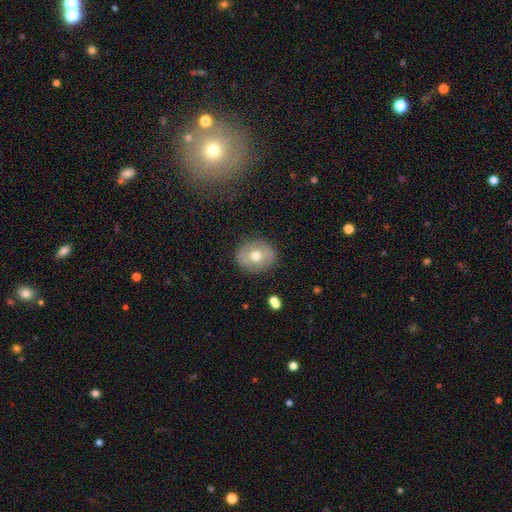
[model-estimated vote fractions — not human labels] smooth_or_featured: smooth (p=0.64) [alt: featured or disk p=0.28]
how_rounded: round (p=0.67) [alt: in between p=0.32]
merging: none (p=0.87) [alt: minor disturbance p=0.09]